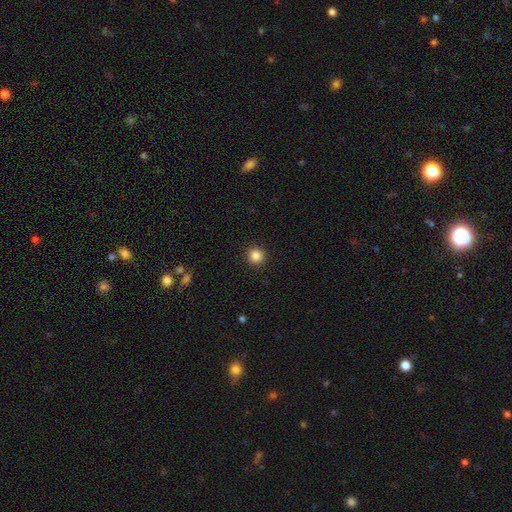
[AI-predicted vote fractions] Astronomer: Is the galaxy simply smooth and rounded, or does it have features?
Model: smooth — 85%.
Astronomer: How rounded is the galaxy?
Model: round — 94%.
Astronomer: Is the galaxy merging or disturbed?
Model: none — 93%.